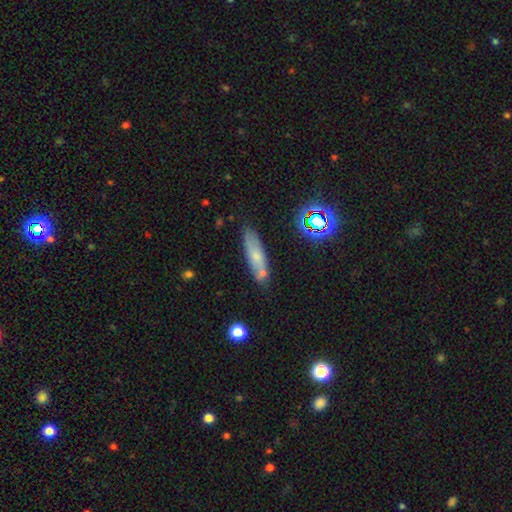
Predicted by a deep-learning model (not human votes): Overall: smooth (62%; featured or disk 27%). How rounded: cigar-shaped (62%; in between 35%). Merging: none (69%).